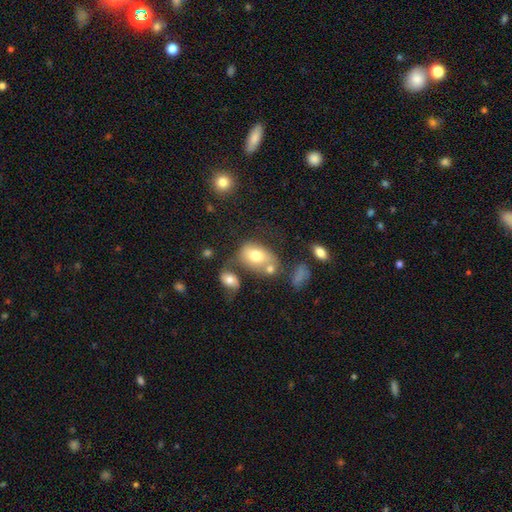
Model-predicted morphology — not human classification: This is likely a smooth galaxy (69%). How rounded: likely in between (79%). Merging: marginally none (36%).